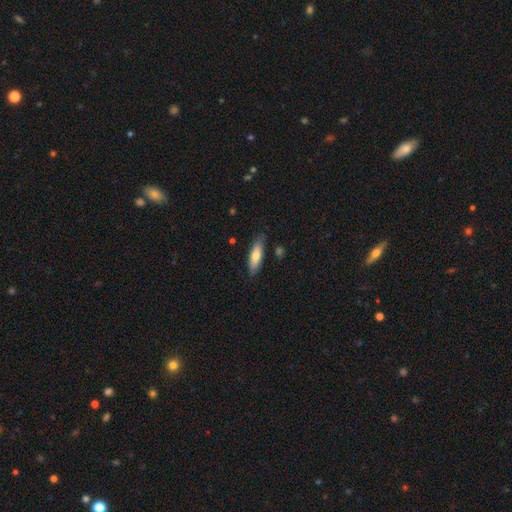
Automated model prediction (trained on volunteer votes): Overall: smooth (69%). How rounded: cigar-shaped (51%; in between 47%). Merging: none (81%).